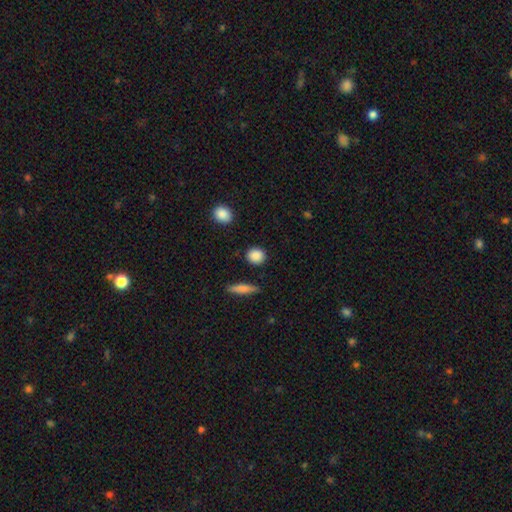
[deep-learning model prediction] Smooth or featured: smooth — 88% (star or artifact — 8%)
How rounded: round — 78% (in between — 19%)
Merging: none — 88% (minor disturbance — 8%)